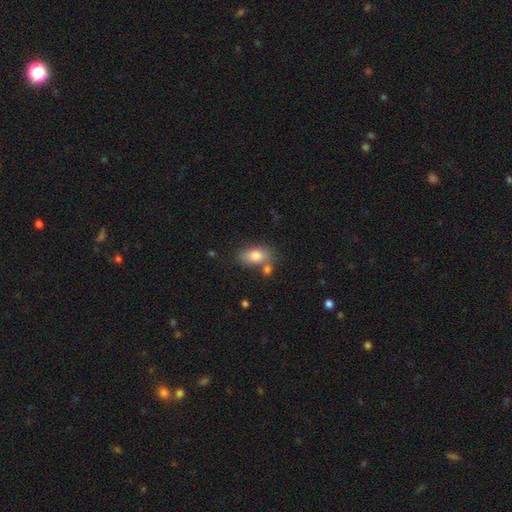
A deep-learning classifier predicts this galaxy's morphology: The model was most divided on "merging": none: 58%, merger: 21%, minor disturbance: 16%, major disturbance: 5%. More confident: how rounded — in between (88%); smooth or featured — smooth (81%).